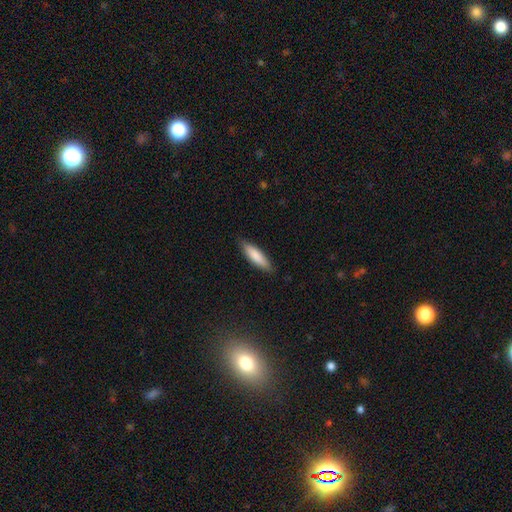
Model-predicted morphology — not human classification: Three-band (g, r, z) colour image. It shows a smooth galaxy with no disk features (83%) that is cigar-shaped (68%). Merging: none (86%).